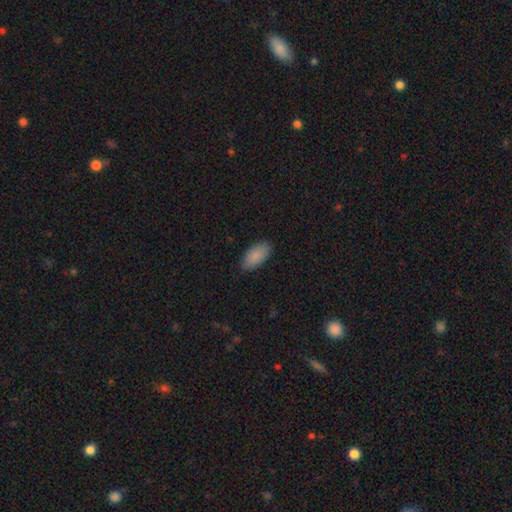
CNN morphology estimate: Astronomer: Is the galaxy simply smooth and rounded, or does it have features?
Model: smooth — 88%.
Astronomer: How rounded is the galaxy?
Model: in between — 94%.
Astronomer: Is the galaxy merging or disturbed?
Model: none — 85%.